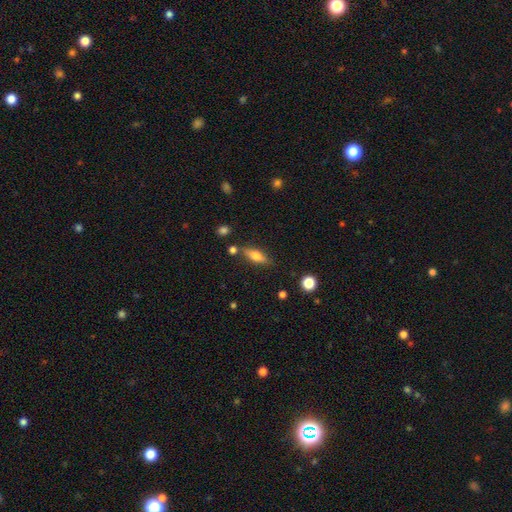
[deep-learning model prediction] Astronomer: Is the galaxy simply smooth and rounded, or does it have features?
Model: smooth — 60%.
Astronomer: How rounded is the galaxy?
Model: in between — 55% (runner-up: cigar-shaped, 42%).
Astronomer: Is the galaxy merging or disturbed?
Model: none — 77%.